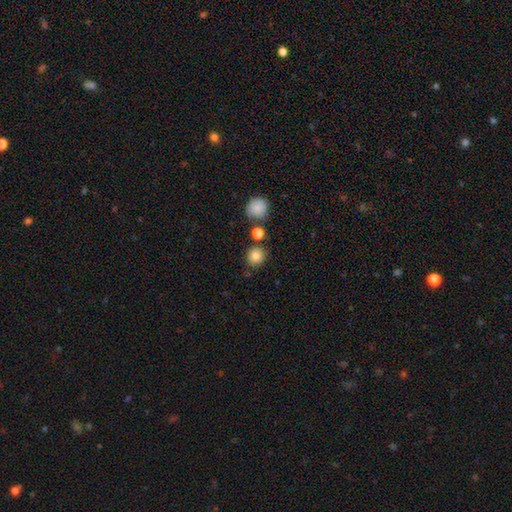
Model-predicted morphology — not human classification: Smooth or featured: smooth — 82% (star or artifact — 12%)
How rounded: round — 87% (in between — 12%)
Merging: none — 79% (minor disturbance — 10%)